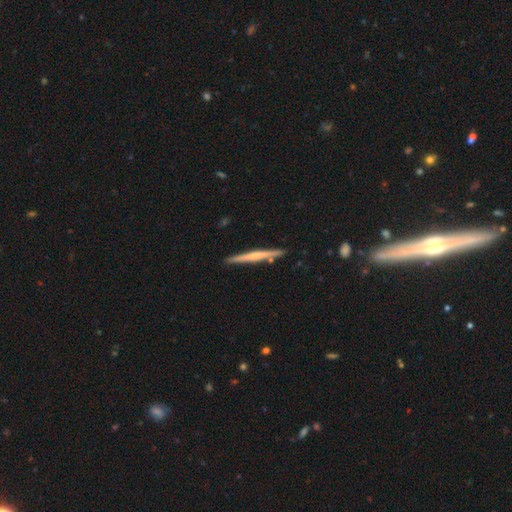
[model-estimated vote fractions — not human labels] smooth_or_featured: featured or disk (p=0.57) [alt: smooth p=0.38]
disk_edge_on: yes (p=0.98) [alt: no p=0.02]
edge_on_bulge: none (p=0.53) [alt: rounded p=0.35]
merging: none (p=0.89) [alt: minor disturbance p=0.08]